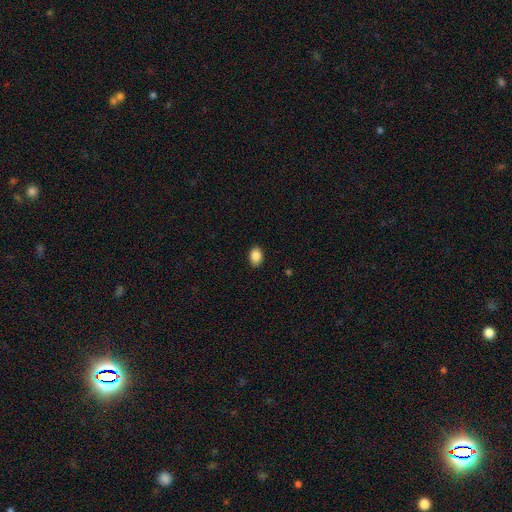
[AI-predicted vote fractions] smooth 88%, star or artifact 8%, featured or disk 4%. Down the decision tree: how rounded — in between (77%); merging — none (89%).